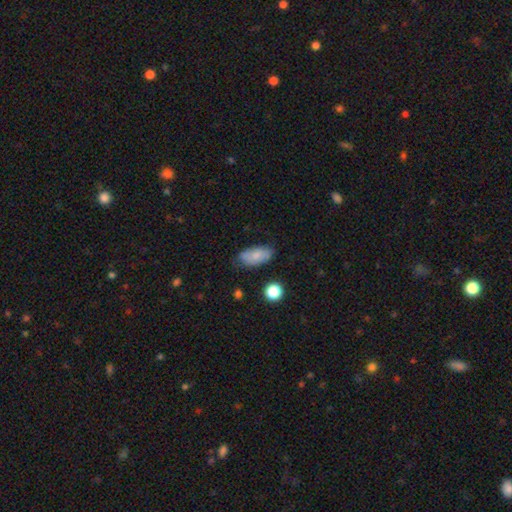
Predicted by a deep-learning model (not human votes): The model was most divided on "merging": none: 70%, minor disturbance: 23%, major disturbance: 5%, merger: 2%. More confident: how rounded — in between (91%); smooth or featured — smooth (78%).